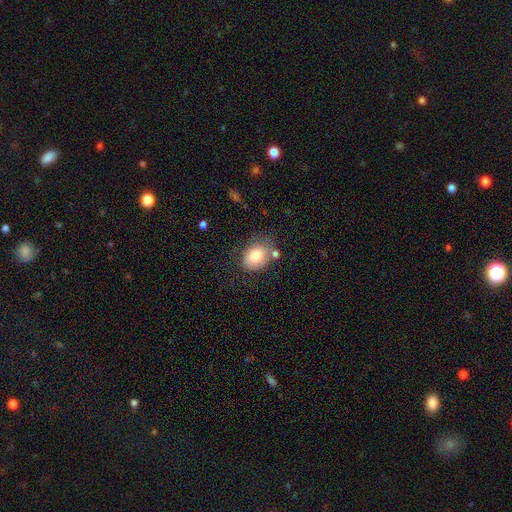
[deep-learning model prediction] Smooth or featured: smooth — 80% (featured or disk — 12%)
How rounded: in between — 73% (round — 26%)
Merging: none — 63% (minor disturbance — 21%)